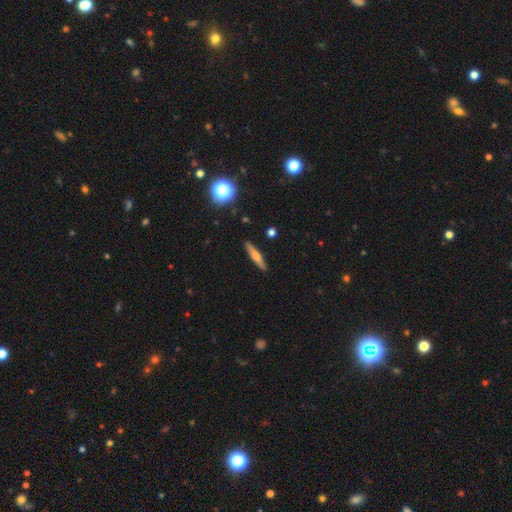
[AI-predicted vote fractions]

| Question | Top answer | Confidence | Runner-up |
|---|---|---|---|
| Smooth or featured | smooth | 50% | featured or disk (42%) |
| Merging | none | 90% | minor disturbance (7%) |